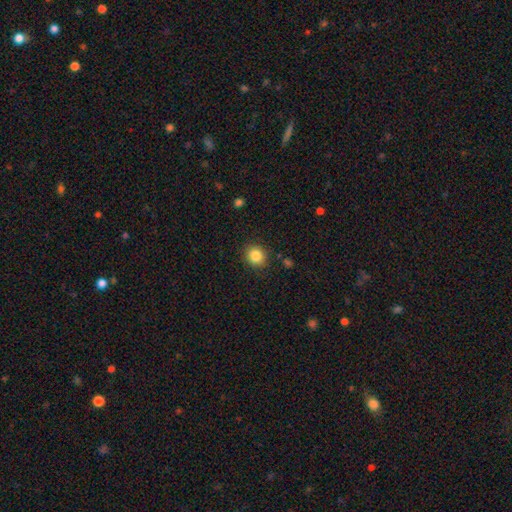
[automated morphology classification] smooth_or_featured: smooth (p=0.85) [alt: star or artifact p=0.10]
how_rounded: round (p=0.83) [alt: in between p=0.16]
merging: none (p=0.88) [alt: minor disturbance p=0.08]